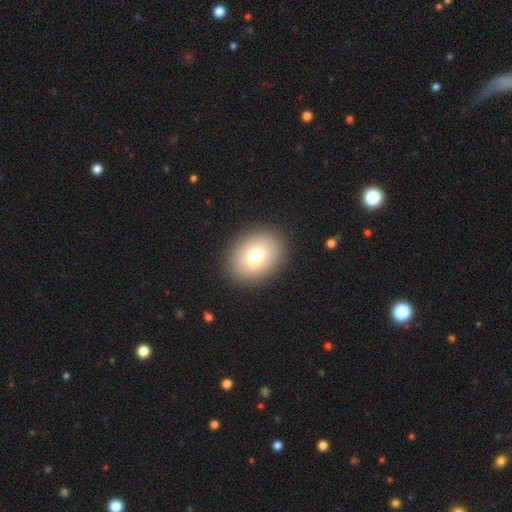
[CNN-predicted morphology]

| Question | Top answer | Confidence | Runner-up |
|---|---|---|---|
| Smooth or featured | smooth | 68% | featured or disk (21%) |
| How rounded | in between | 50% | round (49%) |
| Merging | none | 69% | merger (18%) |